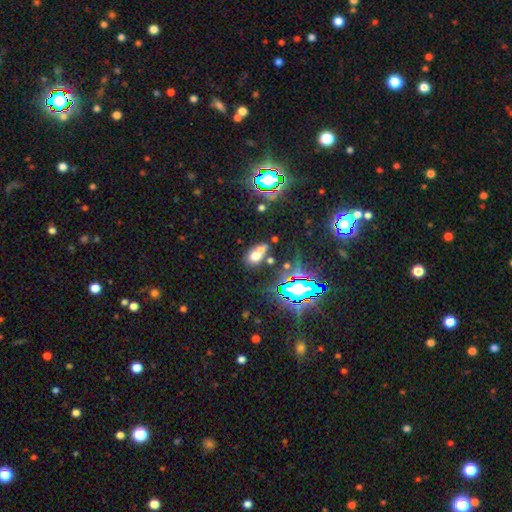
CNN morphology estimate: Smooth or featured?
  - smooth: 60% *
  - star or artifact: 24%
  - featured or disk: 16%
How rounded?
  - in between: 63% *
  - round: 34%
  - cigar-shaped: 3%
Merging?
  - merger: 47% *
  - none: 36%
  - minor disturbance: 10%
  - major disturbance: 6%